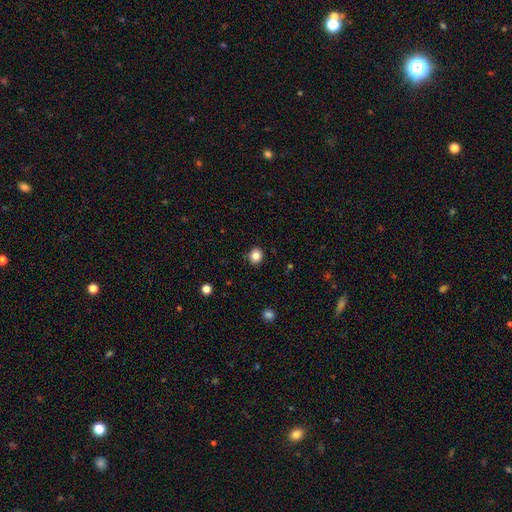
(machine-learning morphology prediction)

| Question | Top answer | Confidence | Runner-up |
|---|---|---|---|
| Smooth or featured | smooth | 84% | star or artifact (11%) |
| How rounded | round | 79% | in between (20%) |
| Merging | none | 89% | minor disturbance (8%) |